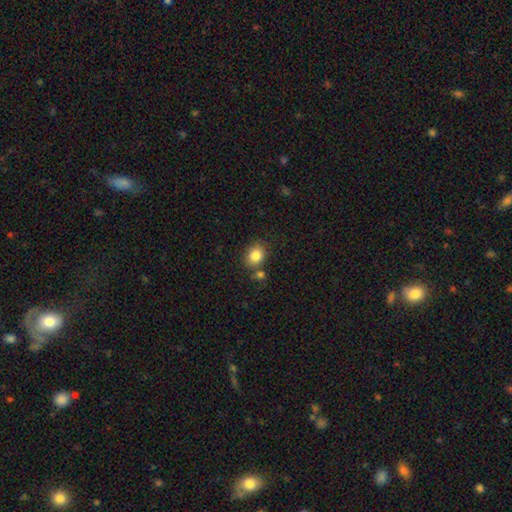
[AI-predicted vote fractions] smooth 84%, star or artifact 10%, featured or disk 6%. Down the decision tree: how rounded — round (53%); merging — none (70%).